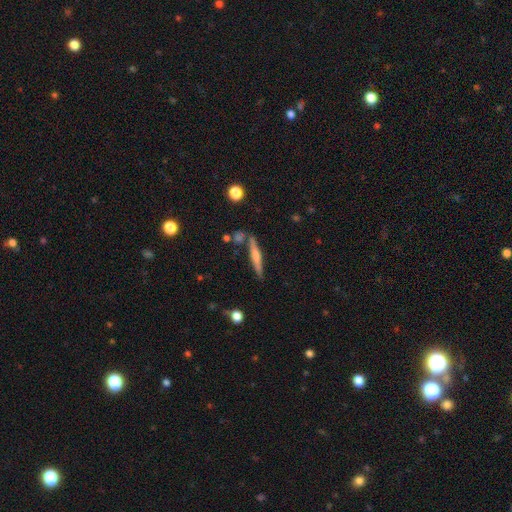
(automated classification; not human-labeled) smooth_or_featured: featured or disk (p=0.50) [alt: smooth p=0.44]
merging: none (p=0.80) [alt: minor disturbance p=0.11]